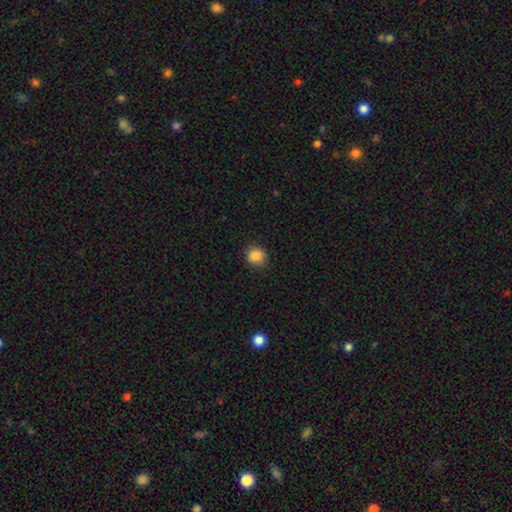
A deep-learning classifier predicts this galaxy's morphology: smooth_or_featured: smooth (p=0.86) [alt: star or artifact p=0.10]
how_rounded: round (p=0.84) [alt: in between p=0.15]
merging: none (p=0.88) [alt: minor disturbance p=0.09]